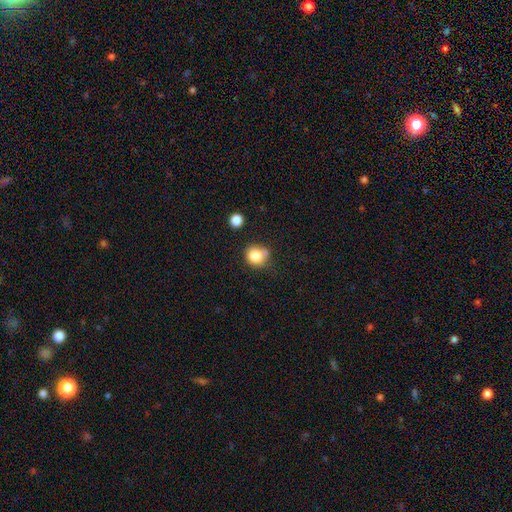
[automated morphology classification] type=smooth (82%); roundness=round (81%); merging=none (59%).